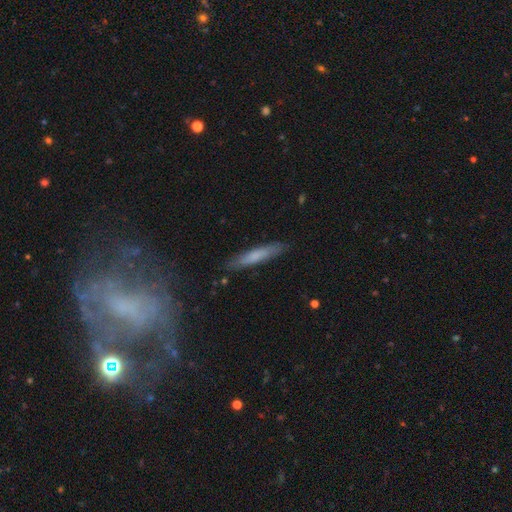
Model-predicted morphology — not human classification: type=smooth (66%); roundness=cigar-shaped (91%); merging=none (85%).